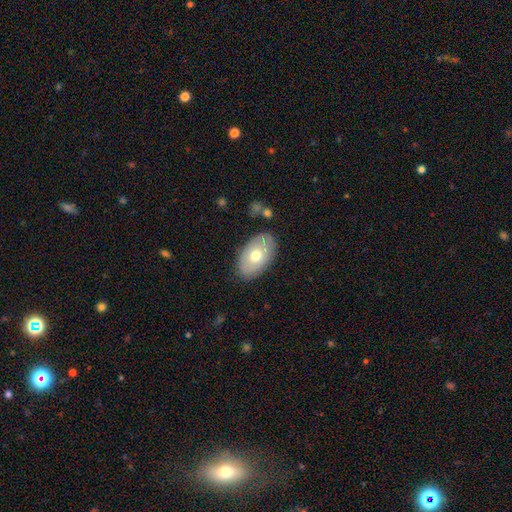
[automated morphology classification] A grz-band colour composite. It shows a smooth galaxy with no disk features (61%) that is in between round and cigar-shaped (92%). Merging: none (82%).